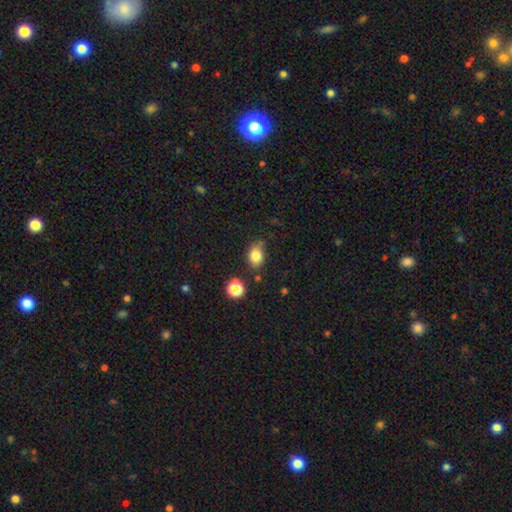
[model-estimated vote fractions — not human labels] smooth_or_featured: smooth (p=0.81) [alt: star or artifact p=0.11]
how_rounded: in between (p=0.65) [alt: round p=0.33]
merging: none (p=0.72) [alt: minor disturbance p=0.18]